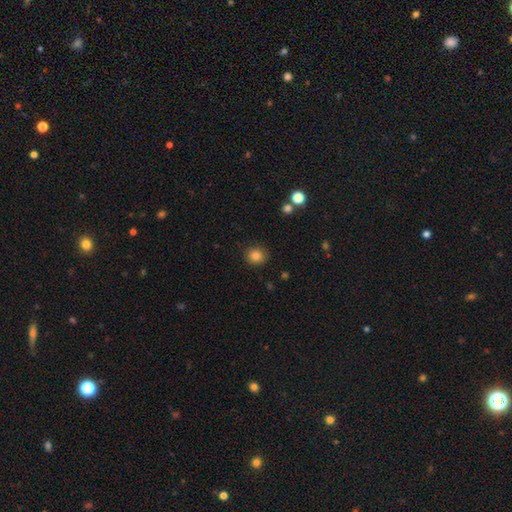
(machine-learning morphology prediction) smooth-or-featured: smooth: 84% | star or artifact: 11% | featured or disk: 5%
  how-rounded: round: 85% | in between: 14% | cigar-shaped: 1%
  merging: none: 89% | minor disturbance: 8% | major disturbance: 2% | merger: 1%